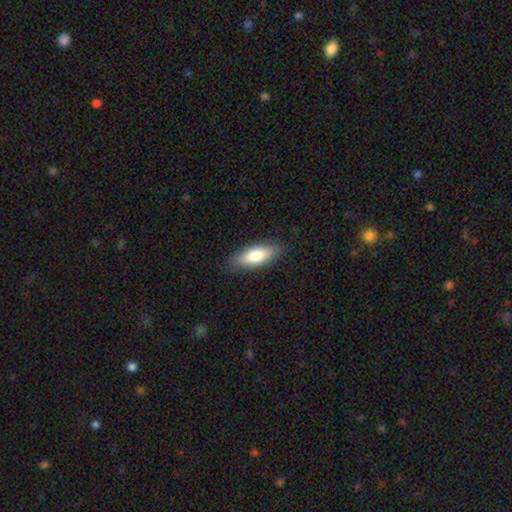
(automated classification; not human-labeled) smooth 79%, featured or disk 16%, star or artifact 6%. Down the decision tree: how rounded — in between (72%); merging — none (86%).